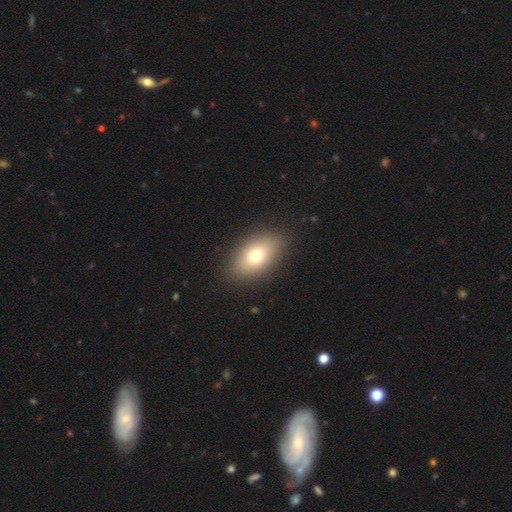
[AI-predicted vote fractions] Smooth or featured?
  - smooth: 73% *
  - featured or disk: 18%
  - star or artifact: 9%
How rounded?
  - in between: 89% *
  - round: 9%
  - cigar-shaped: 3%
Merging?
  - none: 87% *
  - minor disturbance: 9%
  - major disturbance: 3%
  - merger: 1%